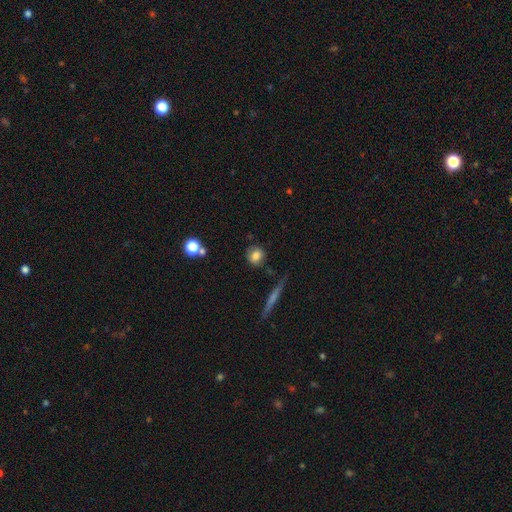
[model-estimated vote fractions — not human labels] A smooth galaxy with no disk features (80%) that is round (74%).

Vote fractions:
- Smooth or featured? smooth: 80% / featured or disk: 11% / star or artifact: 9%
- How rounded? round: 74% / in between: 23% / cigar-shaped: 3%
- Merging? none: 77% / minor disturbance: 14% / merger: 5% / major disturbance: 4%